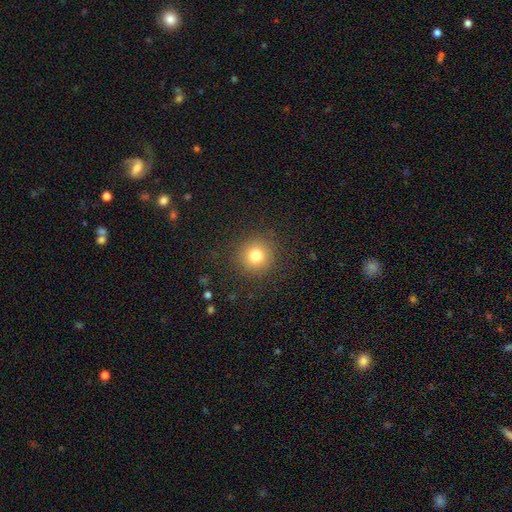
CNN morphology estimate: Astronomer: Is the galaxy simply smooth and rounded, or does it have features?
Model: smooth — 79%.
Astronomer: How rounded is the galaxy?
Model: round — 93%.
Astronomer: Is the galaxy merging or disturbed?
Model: none — 88%.